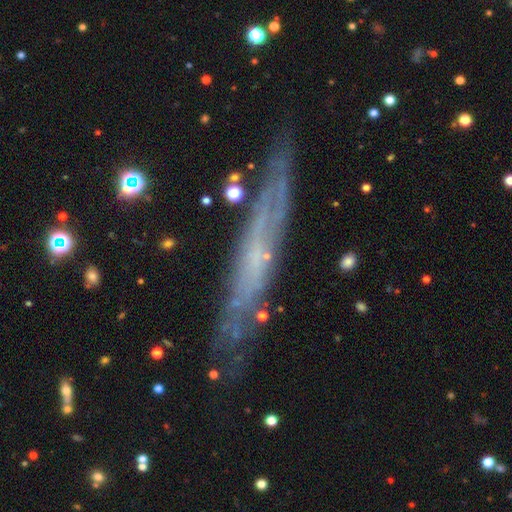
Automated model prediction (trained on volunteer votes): This is likely a featured or disk galaxy (69%). It is likely viewed edge-on (68%). Merging: likely none (80%).